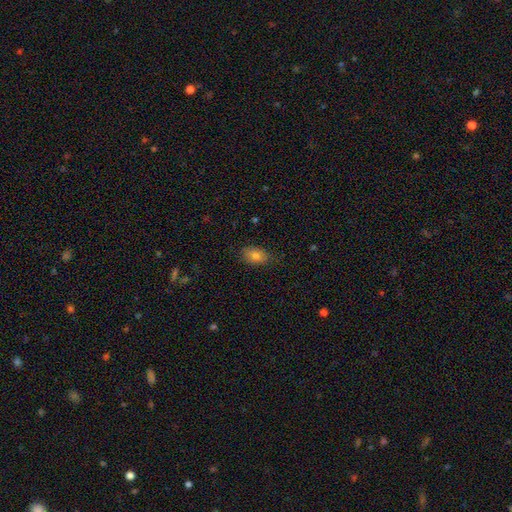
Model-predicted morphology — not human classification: Smooth or featured?
  - smooth: 80% *
  - featured or disk: 10%
  - star or artifact: 10%
How rounded?
  - in between: 83% *
  - round: 16%
  - cigar-shaped: 2%
Merging?
  - none: 78% *
  - minor disturbance: 17%
  - major disturbance: 3%
  - merger: 1%